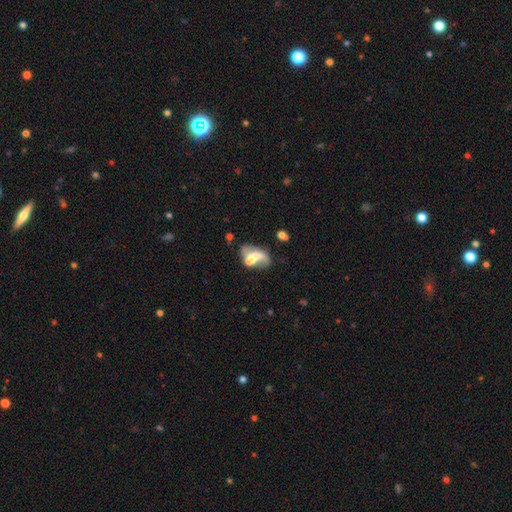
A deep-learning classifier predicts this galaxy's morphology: smooth_or_featured: featured or disk (p=0.56) [alt: smooth p=0.35]
disk_edge_on: no (p=0.96) [alt: yes p=0.04]
bar: no (p=0.52) [alt: weak p=0.32]
has_spiral_arms: yes (p=0.58) [alt: no p=0.42]
bulge_size: moderate (p=0.44) [alt: small p=0.24]
merging: merger (p=0.30) [alt: none p=0.27]